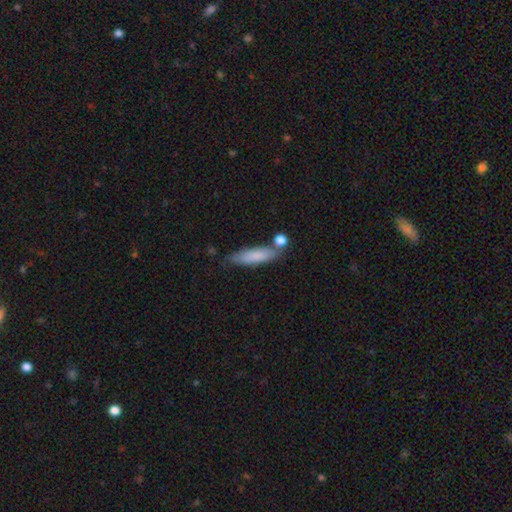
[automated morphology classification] smooth 79%, featured or disk 15%, star or artifact 7%. Down the decision tree: how rounded — cigar-shaped (67%); merging — none (64%).